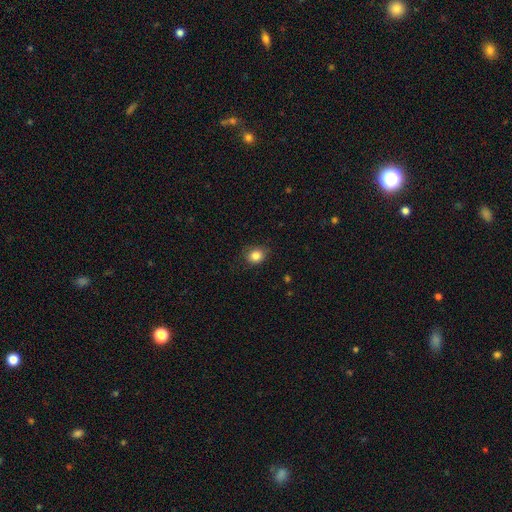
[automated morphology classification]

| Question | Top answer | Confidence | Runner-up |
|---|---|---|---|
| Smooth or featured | smooth | 85% | star or artifact (10%) |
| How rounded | round | 67% | in between (32%) |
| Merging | none | 79% | minor disturbance (17%) |